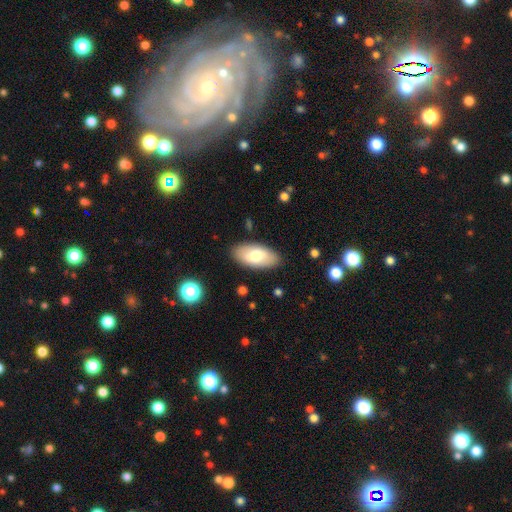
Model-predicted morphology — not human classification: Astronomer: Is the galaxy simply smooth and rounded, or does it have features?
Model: smooth — 71%.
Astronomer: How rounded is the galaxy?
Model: in between — 94%.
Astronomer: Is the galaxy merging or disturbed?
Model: none — 87%.